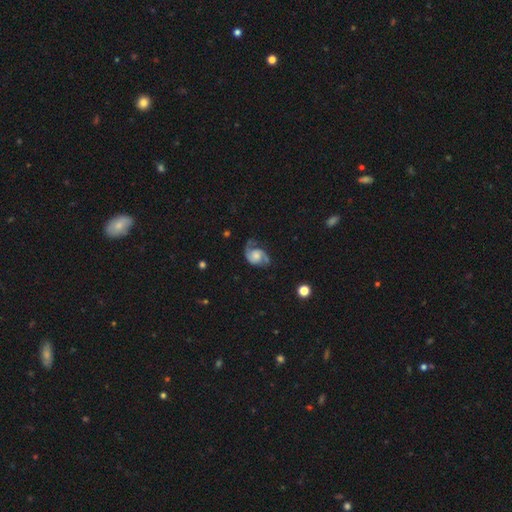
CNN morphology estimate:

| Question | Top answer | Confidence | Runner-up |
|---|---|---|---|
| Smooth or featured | featured or disk | 83% | smooth (11%) |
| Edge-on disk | no | 98% | yes (2%) |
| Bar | no | 65% | weak (29%) |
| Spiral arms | yes | 96% | no (4%) |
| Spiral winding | medium | 52% | loose (25%) |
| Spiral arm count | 2 | 89% | 1 (4%) |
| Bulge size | moderate | 38% | small (33%) |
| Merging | none | 66% | minor disturbance (21%) |